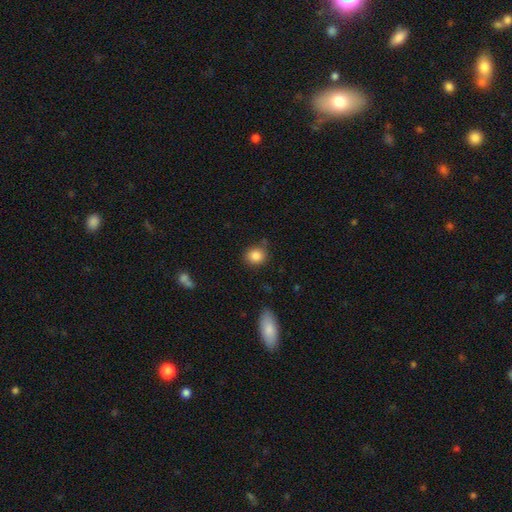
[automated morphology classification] A smooth galaxy with no disk features (86%) that is round (71%). Merging: none (79%).